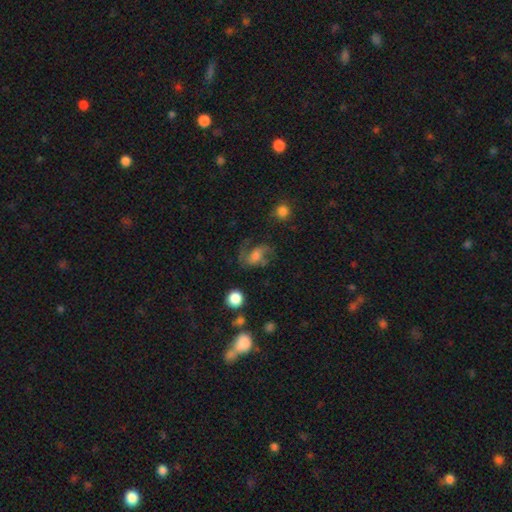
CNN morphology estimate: A featured or disk galaxy (56%) with no bar (55%), spiral arms (85%) and a moderate central bulge (39%).

Vote fractions:
- Smooth or featured? featured or disk: 56% / smooth: 32% / star or artifact: 12%
- Edge-on disk? no: 96% / yes: 4%
- Bar? no: 55% / weak: 35% / strong: 9%
- Spiral arms? yes: 85% / no: 15%
- Bulge size? moderate: 39% / small: 23% / large: 21% / none: 14% / dominant: 3%
- Merging? none: 52% / major disturbance: 25% / minor disturbance: 20% / merger: 3%